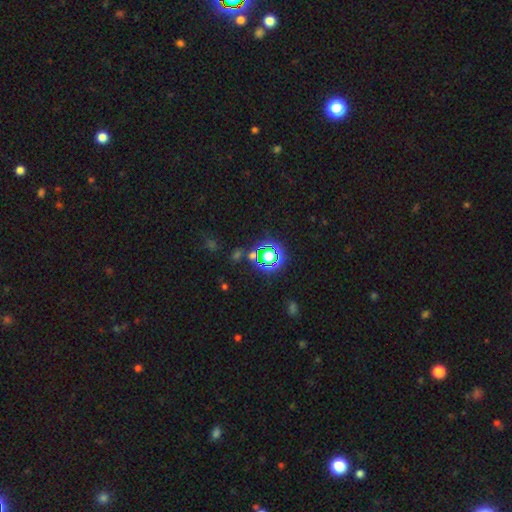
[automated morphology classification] Q: Smooth or featured?
A: star or artifact (70%); runner-up: smooth (22%)